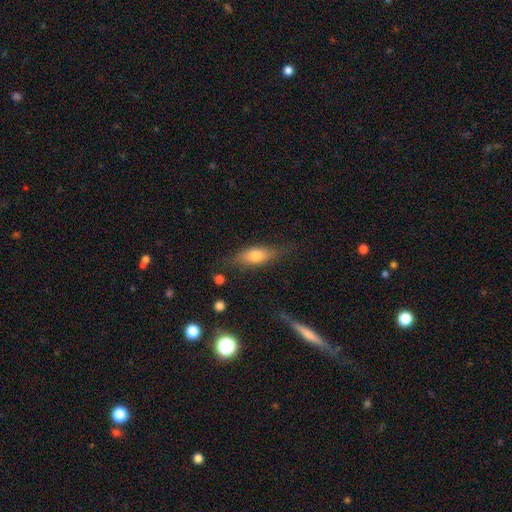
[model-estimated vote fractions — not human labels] Morphology: type=smooth (69%); roundness=in between (69%); merging=none (72%).